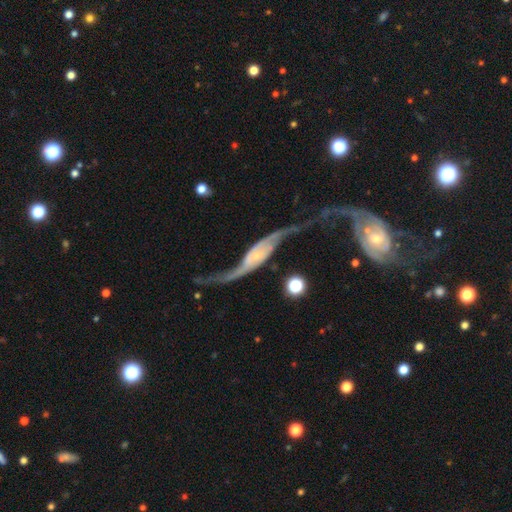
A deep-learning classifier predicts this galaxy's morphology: This appears to be a featured or disk galaxy (89%) with no bar (48%), 2 (93%) loose (89%) spiral arms (95%) and a small central bulge (58%). Merging: none (41%).